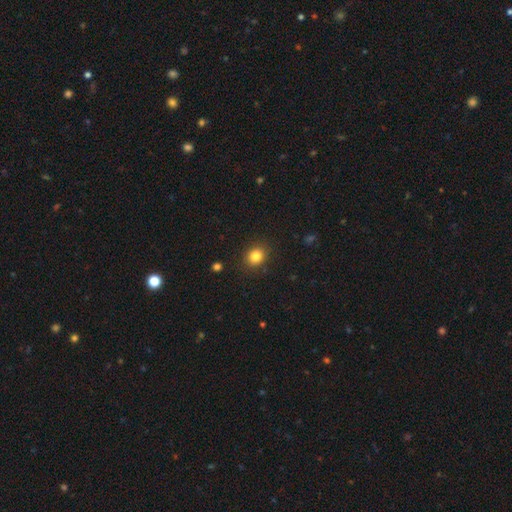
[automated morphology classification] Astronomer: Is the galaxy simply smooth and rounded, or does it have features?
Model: smooth — 83%.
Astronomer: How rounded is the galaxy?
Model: round — 66%.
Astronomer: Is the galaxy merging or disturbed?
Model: none — 88%.